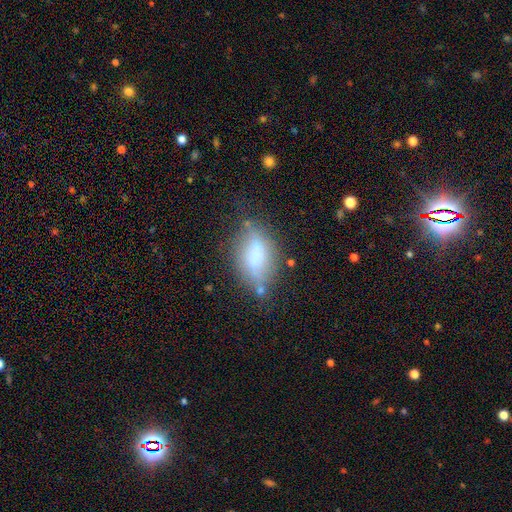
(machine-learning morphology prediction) This appears to be a smooth galaxy with no disk features (51%) that is in between round and cigar-shaped (77%). Merging: none (55%).